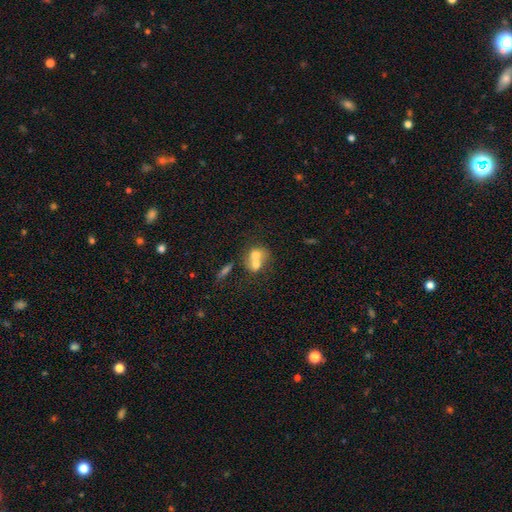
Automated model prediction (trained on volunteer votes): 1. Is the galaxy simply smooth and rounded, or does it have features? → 66% smooth, 25% featured or disk, 9% star or artifact.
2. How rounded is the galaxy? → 58% round, 40% in between, 1% cigar-shaped.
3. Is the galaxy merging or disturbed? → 72% merger, 19% none, 6% minor disturbance, 3% major disturbance.